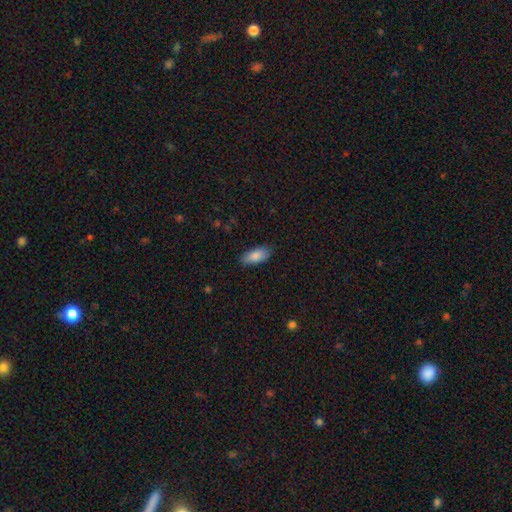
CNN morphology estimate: Overall: smooth (86%). How rounded: in between (87%). Merging: none (86%).